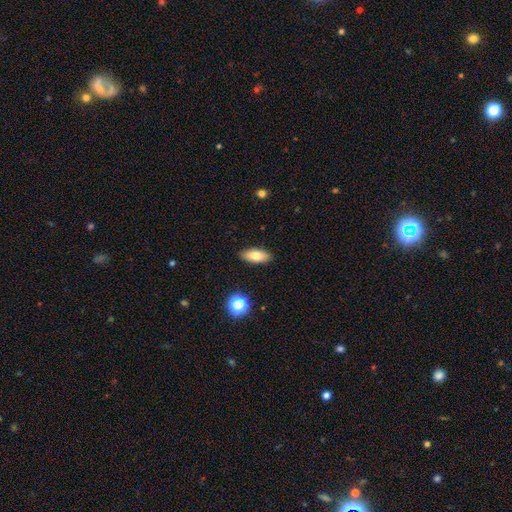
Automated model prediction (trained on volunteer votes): Overall: smooth (77%). How rounded: in between (85%). Merging: none (89%).